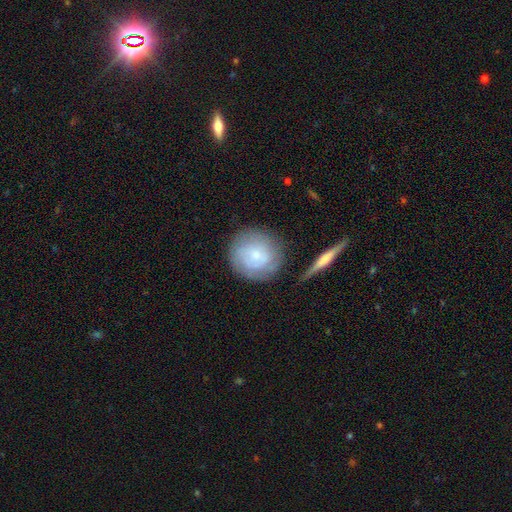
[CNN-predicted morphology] smooth_or_featured: smooth (p=0.52) [alt: featured or disk p=0.41]
how_rounded: round (p=0.90) [alt: in between p=0.09]
merging: none (p=0.76) [alt: minor disturbance p=0.15]